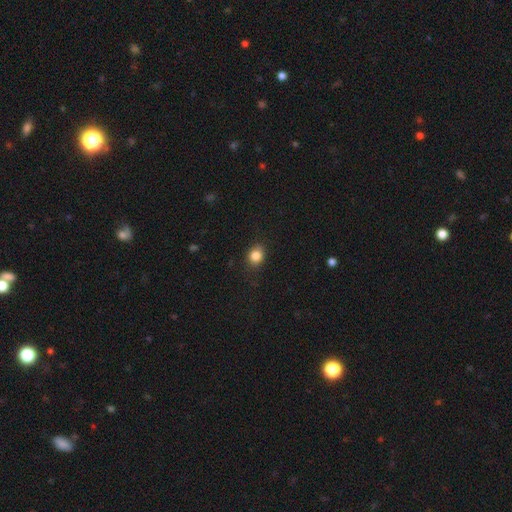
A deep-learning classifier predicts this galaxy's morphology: A smooth galaxy with no disk features (84%) that is round (65%).

Vote fractions:
- Smooth or featured? smooth: 84% / star or artifact: 10% / featured or disk: 6%
- How rounded? round: 65% / in between: 34% / cigar-shaped: 1%
- Merging? none: 81% / minor disturbance: 14% / major disturbance: 3% / merger: 1%